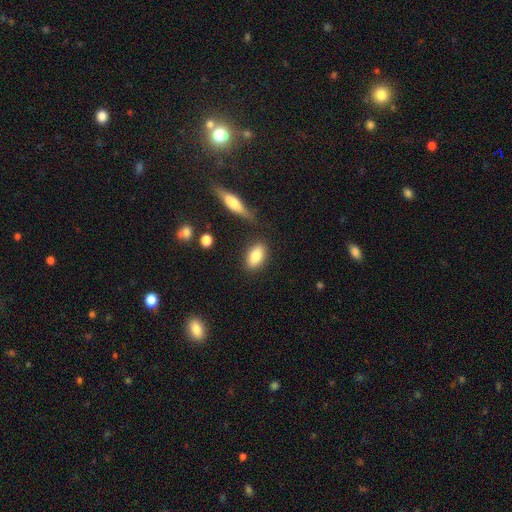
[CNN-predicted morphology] Overall: smooth (82%). How rounded: in between (88%). Merging: none (80%).